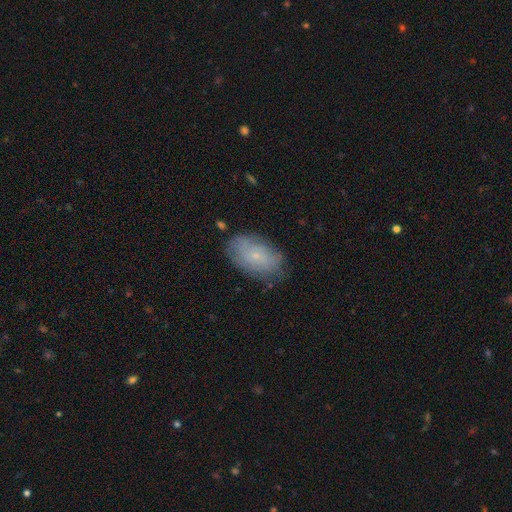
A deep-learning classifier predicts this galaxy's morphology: Smooth or featured? smooth (60%)
How rounded? in between (91%)
Merging? none (73%)